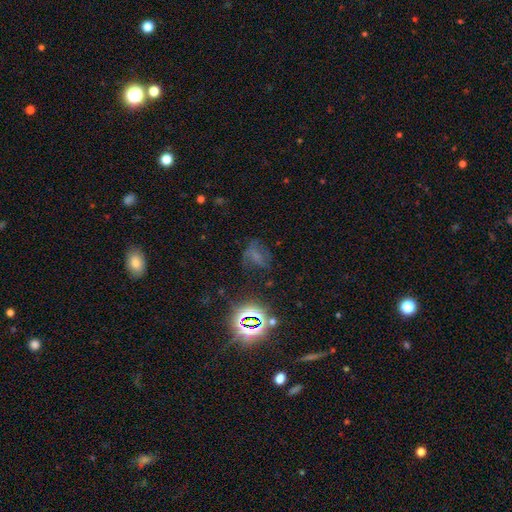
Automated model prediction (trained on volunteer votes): smooth_or_featured: star or artifact (p=0.40) [alt: smooth p=0.33]